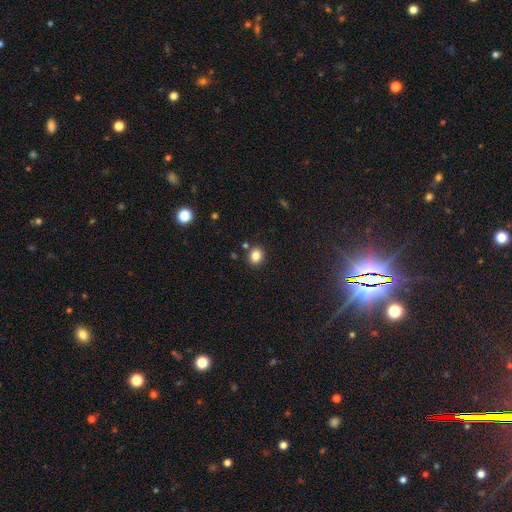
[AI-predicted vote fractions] Q: Smooth or featured?
A: smooth (84%); runner-up: star or artifact (11%)
Q: How rounded?
A: round (66%); runner-up: in between (33%)
Q: Merging?
A: none (84%); runner-up: minor disturbance (9%)